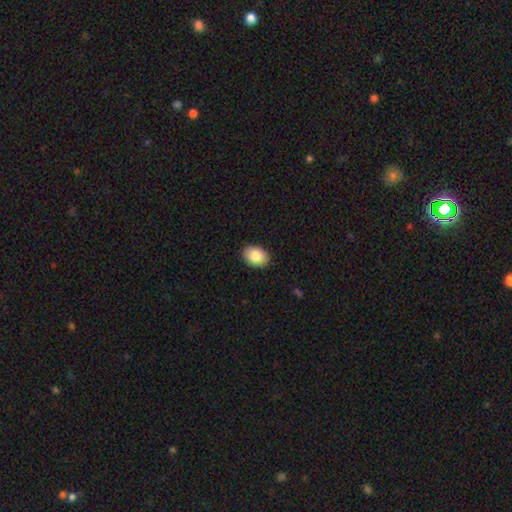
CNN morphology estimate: smooth-or-featured: smooth: 84% | featured or disk: 9% | star or artifact: 7%
  how-rounded: in between: 74% | round: 25% | cigar-shaped: 1%
  merging: none: 90% | minor disturbance: 8% | major disturbance: 2% | merger: 1%